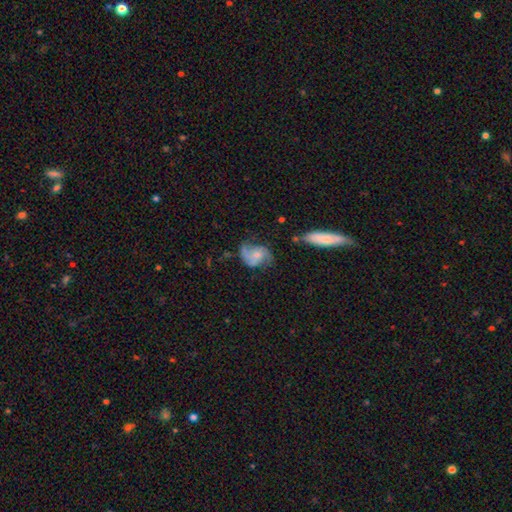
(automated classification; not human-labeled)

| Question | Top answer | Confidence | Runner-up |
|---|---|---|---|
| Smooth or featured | featured or disk | 74% | smooth (20%) |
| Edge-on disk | no | 97% | yes (3%) |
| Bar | no | 61% | weak (33%) |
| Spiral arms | yes | 93% | no (7%) |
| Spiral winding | medium | 43% | loose (42%) |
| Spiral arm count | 2 | 79% | can't tell (7%) |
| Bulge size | small | 49% | moderate (38%) |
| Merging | none | 53% | minor disturbance (25%) |